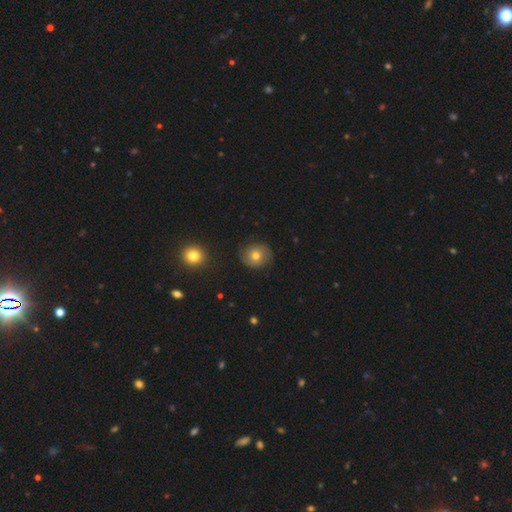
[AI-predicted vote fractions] This appears to be a smooth galaxy with no disk features (62%) that is round (79%). Merging: none (84%).